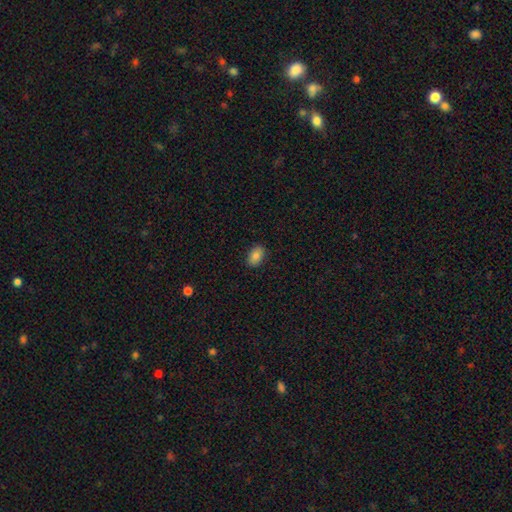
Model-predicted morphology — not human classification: This is clearly a smooth galaxy (84%). How rounded: clearly in between (87%). Merging: clearly none (88%).